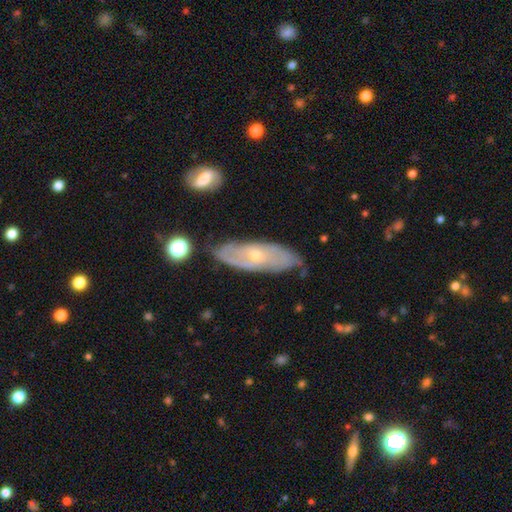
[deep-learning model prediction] The model was most divided on "bulge size": small: 65%, moderate: 32%, none: 1%, large: 1%, dominant: 1%. More confident: edge-on disk — no (81%); spiral arms — yes (76%); bar — no (72%); merging — none (70%); smooth or featured — featured or disk (69%).